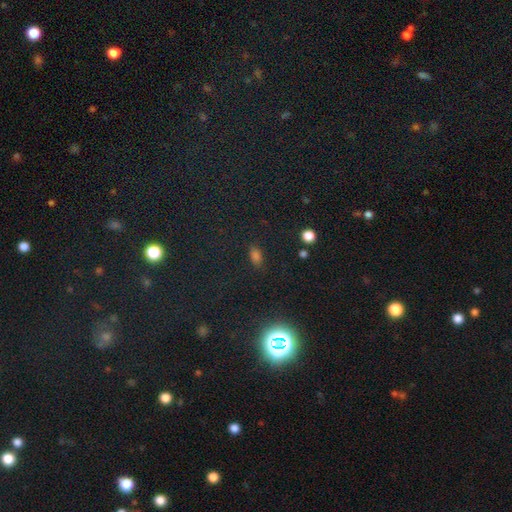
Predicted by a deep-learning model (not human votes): Overall: smooth (52%; star or artifact 39%). How rounded: in between (68%). Merging: none (84%).